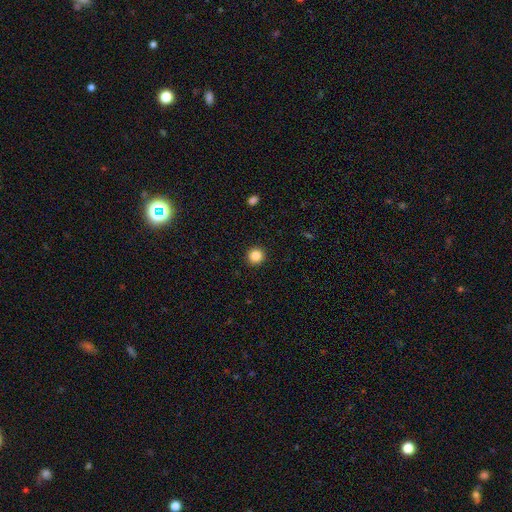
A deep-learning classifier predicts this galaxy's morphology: smooth_or_featured: smooth (p=0.85) [alt: star or artifact p=0.11]
how_rounded: round (p=0.94) [alt: in between p=0.05]
merging: none (p=0.93) [alt: minor disturbance p=0.05]